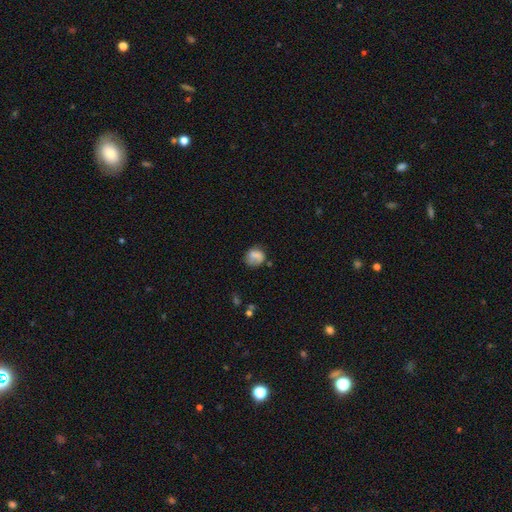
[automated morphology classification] Smooth or featured? smooth (71%)
How rounded? round (66%)
Merging? none (52%)